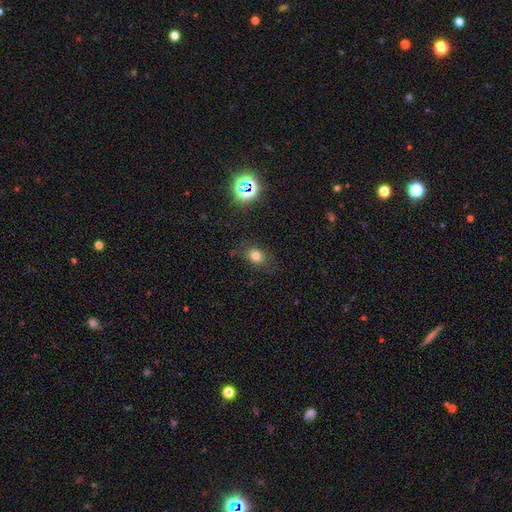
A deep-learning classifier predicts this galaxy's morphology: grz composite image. It shows a smooth galaxy with no disk features (73%) that is in between round and cigar-shaped (51%). Merging: none (73%).